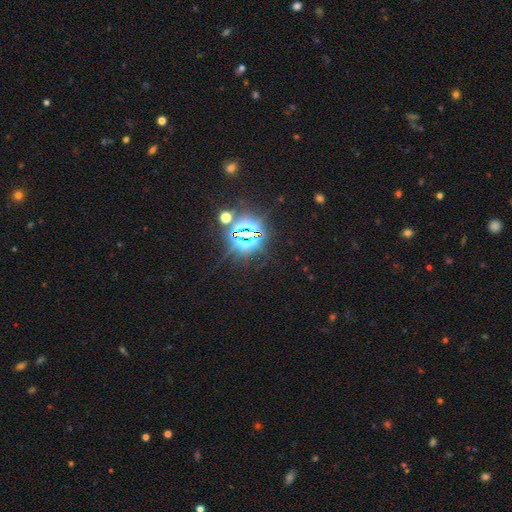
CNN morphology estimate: Q: Smooth or featured?
A: star or artifact (84%); runner-up: smooth (10%)